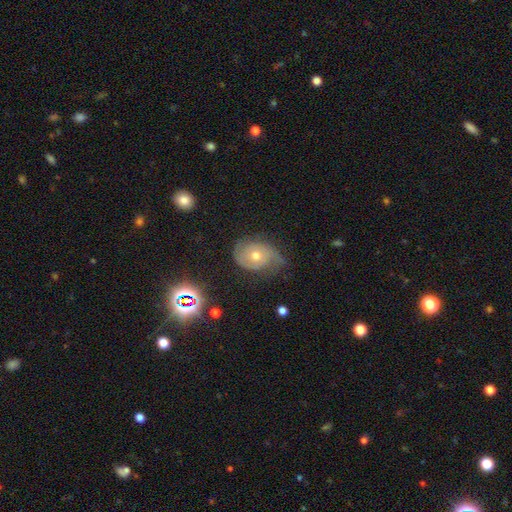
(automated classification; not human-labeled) Morphology: type=featured or disk (63%); edge-on=no (95%); bar=no (81%); spiral arms=yes (80%); bulge=moderate (64%); merging=none (49%).